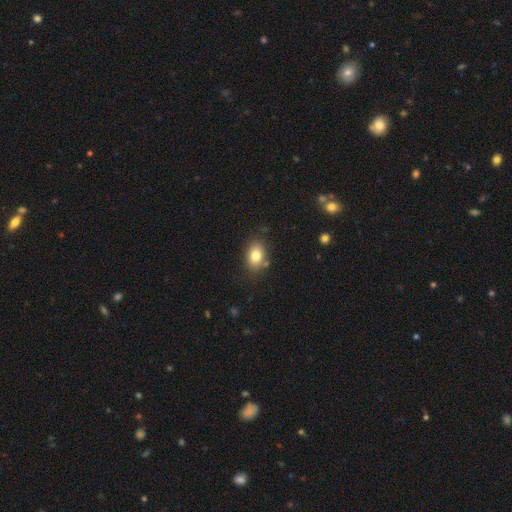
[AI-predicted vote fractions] smooth-or-featured: smooth: 81% | featured or disk: 10% | star or artifact: 9%
  how-rounded: in between: 78% | round: 21% | cigar-shaped: 1%
  merging: none: 79% | minor disturbance: 13% | merger: 4% | major disturbance: 3%